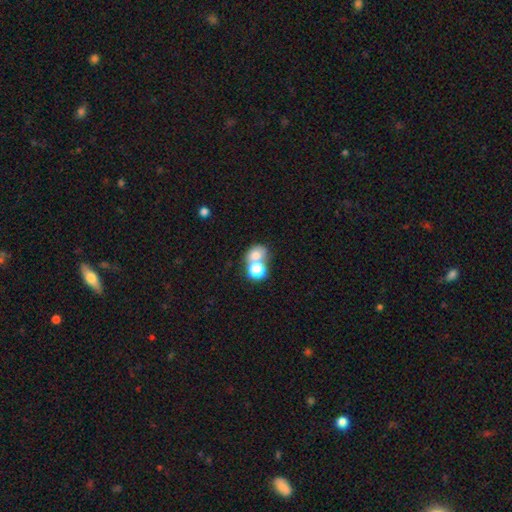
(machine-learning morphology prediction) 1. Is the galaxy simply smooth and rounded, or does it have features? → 72% smooth, 14% featured or disk, 13% star or artifact.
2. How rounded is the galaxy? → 57% round, 41% in between, 1% cigar-shaped.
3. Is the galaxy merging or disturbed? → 57% merger, 30% none, 7% minor disturbance, 5% major disturbance.